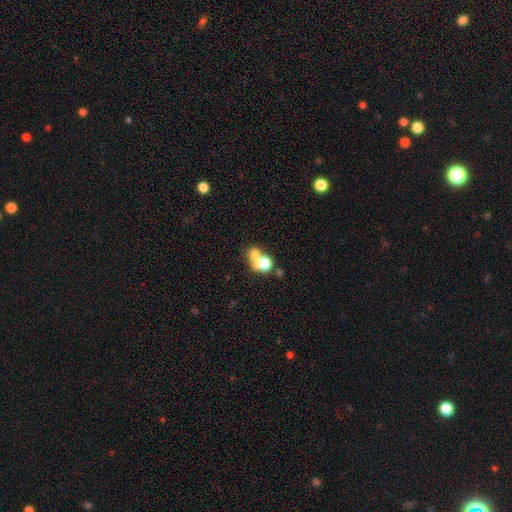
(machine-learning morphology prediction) This is likely a smooth galaxy (65%). How rounded: likely round (68%). Merging: possibly merger (59%).